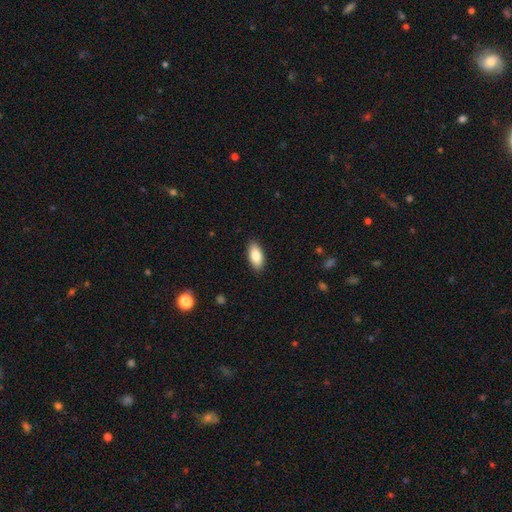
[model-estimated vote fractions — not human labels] smooth 86%, featured or disk 8%, star or artifact 7%. Down the decision tree: how rounded — in between (91%); merging — none (89%).